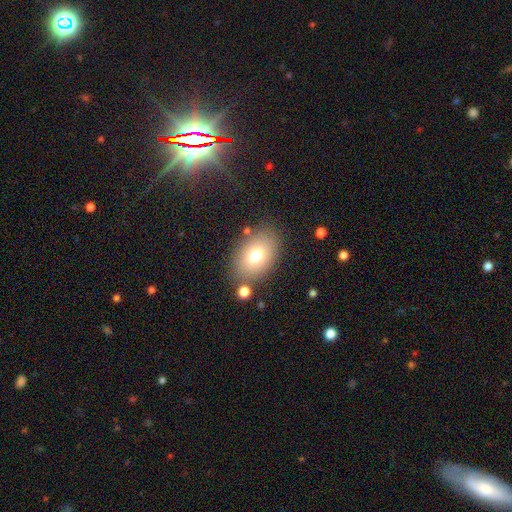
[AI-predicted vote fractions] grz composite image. It shows a smooth galaxy with no disk features (75%) that is in between round and cigar-shaped (82%). Merging: none (78%).